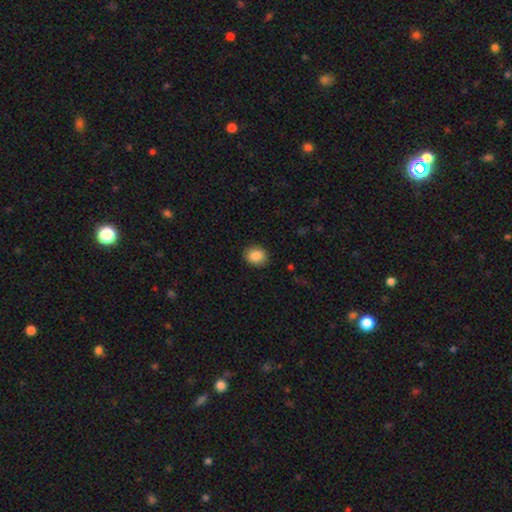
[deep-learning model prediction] This appears to be a smooth galaxy with no disk features (88%) that is round (58%). Merging: none (87%).